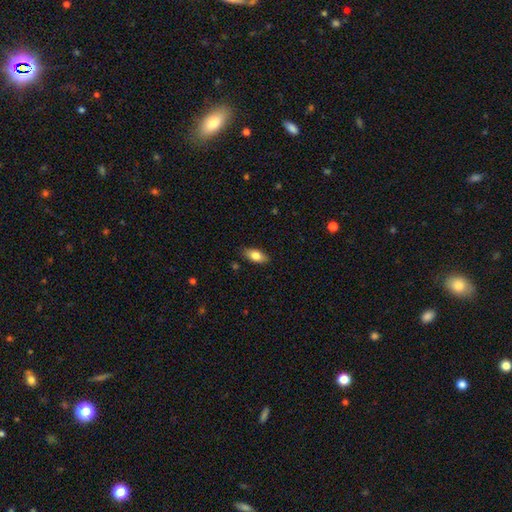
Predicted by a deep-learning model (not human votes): Smooth or featured?
  - smooth: 78% *
  - featured or disk: 15%
  - star or artifact: 7%
How rounded?
  - in between: 86% *
  - cigar-shaped: 10%
  - round: 3%
Merging?
  - none: 86% *
  - minor disturbance: 11%
  - major disturbance: 2%
  - merger: 1%